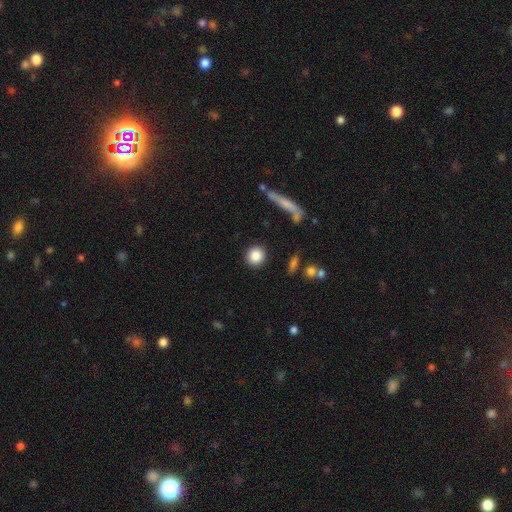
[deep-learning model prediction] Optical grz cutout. It shows a smooth galaxy with no disk features (87%) that is round (88%). Merging: none (88%).